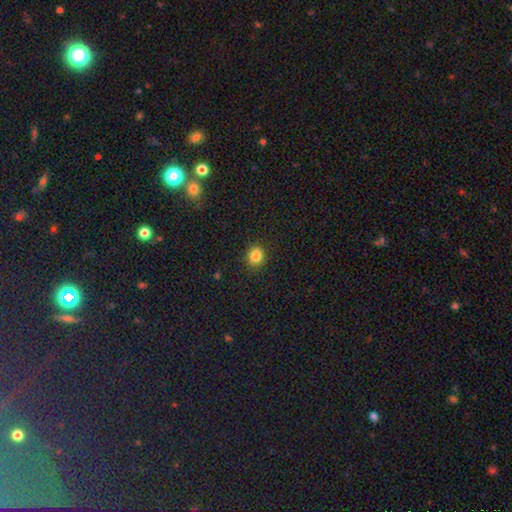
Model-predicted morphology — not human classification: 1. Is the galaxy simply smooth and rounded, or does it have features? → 84% smooth, 12% star or artifact, 4% featured or disk.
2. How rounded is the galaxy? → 69% round, 30% in between, 1% cigar-shaped.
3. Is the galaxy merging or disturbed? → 87% none, 9% minor disturbance, 2% major disturbance, 2% merger.